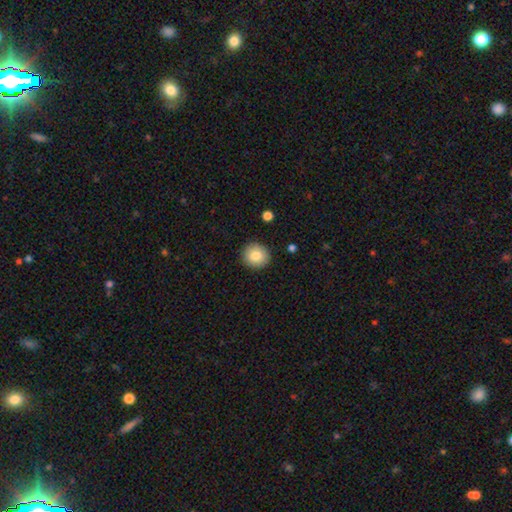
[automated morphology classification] A smooth galaxy with no disk features (83%) that is round (90%).

Vote fractions:
- Smooth or featured? smooth: 83% / star or artifact: 9% / featured or disk: 8%
- How rounded? round: 90% / in between: 9% / cigar-shaped: 1%
- Merging? none: 91% / minor disturbance: 6% / major disturbance: 2% / merger: 1%